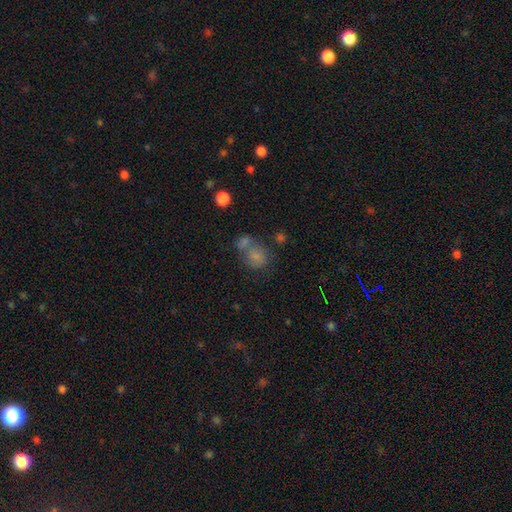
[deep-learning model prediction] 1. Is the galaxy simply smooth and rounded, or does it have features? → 70% smooth, 16% star or artifact, 15% featured or disk.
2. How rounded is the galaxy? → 57% round, 41% in between, 1% cigar-shaped.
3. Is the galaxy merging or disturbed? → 41% merger, 38% none, 13% minor disturbance, 8% major disturbance.